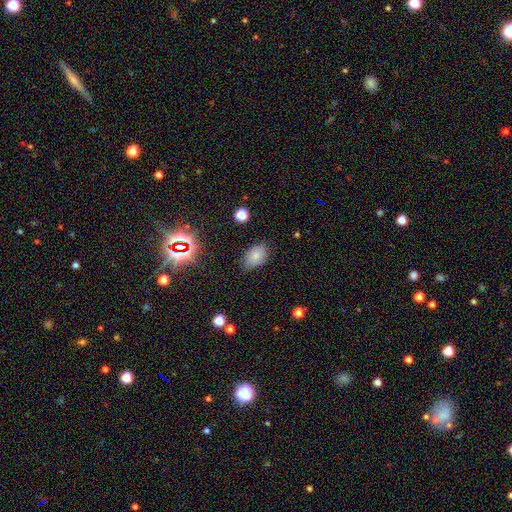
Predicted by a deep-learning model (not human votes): Smooth or featured? smooth (77%)
How rounded? in between (87%)
Merging? none (78%)